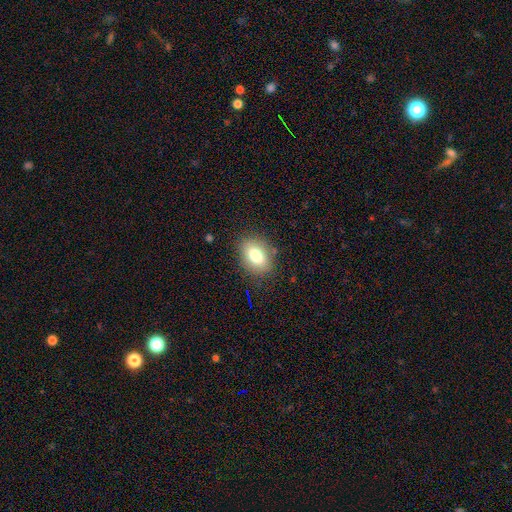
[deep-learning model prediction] Smooth or featured: smooth — 78% (featured or disk — 12%)
How rounded: in between — 78% (round — 21%)
Merging: none — 84% (minor disturbance — 11%)